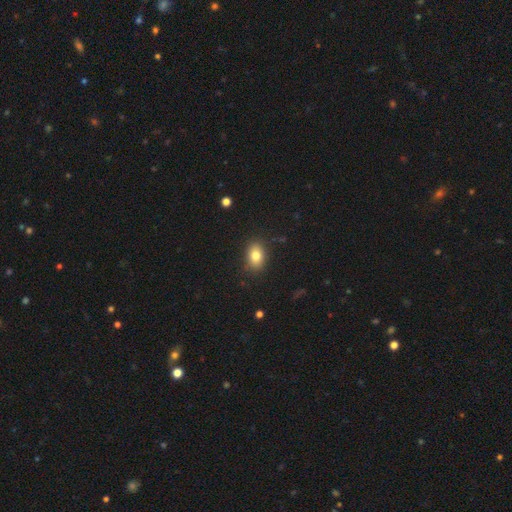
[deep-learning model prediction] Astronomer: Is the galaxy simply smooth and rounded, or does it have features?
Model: smooth — 80%.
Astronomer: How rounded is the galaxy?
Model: in between — 77%.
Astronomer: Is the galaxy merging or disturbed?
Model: none — 86%.